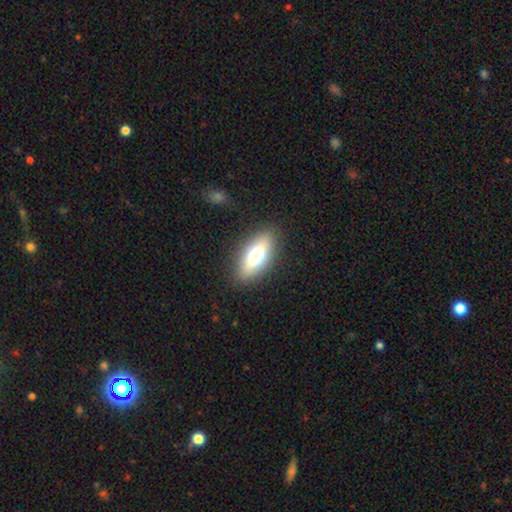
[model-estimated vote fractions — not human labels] The model was most divided on "smooth or featured": smooth: 61%, featured or disk: 31%, star or artifact: 9%. More confident: merging — none (87%); how rounded — in between (75%).